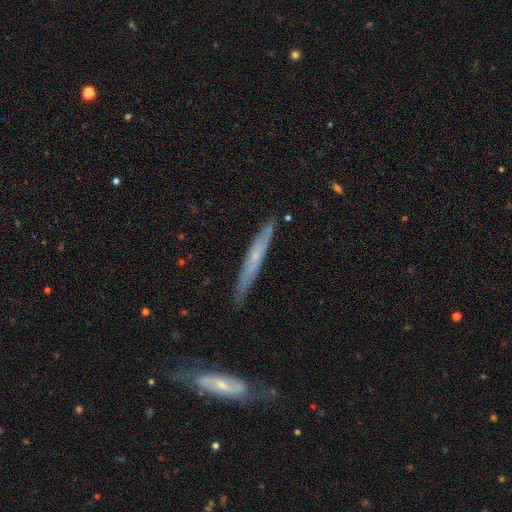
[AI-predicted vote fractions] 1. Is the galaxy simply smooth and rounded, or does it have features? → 57% featured or disk, 36% smooth, 6% star or artifact.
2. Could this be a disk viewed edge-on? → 88% yes, 12% no.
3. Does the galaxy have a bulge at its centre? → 59% none, 38% rounded, 3% boxy.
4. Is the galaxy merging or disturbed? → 84% none, 12% minor disturbance, 2% major disturbance, 2% merger.